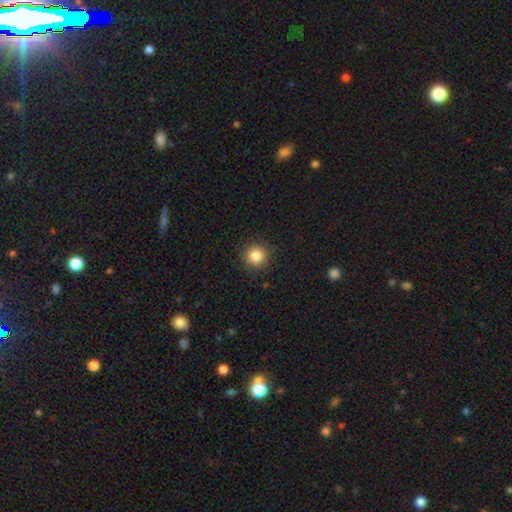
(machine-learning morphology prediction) The model was most divided on "smooth or featured": smooth: 84%, star or artifact: 11%, featured or disk: 5%. More confident: how rounded — round (94%); merging — none (91%).